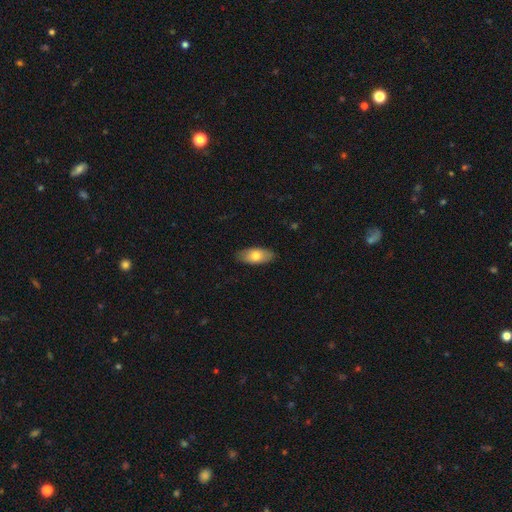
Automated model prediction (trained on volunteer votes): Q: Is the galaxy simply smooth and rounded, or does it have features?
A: smooth — 73%.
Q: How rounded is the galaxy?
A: in between — 88%.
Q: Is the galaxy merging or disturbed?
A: none — 87%.